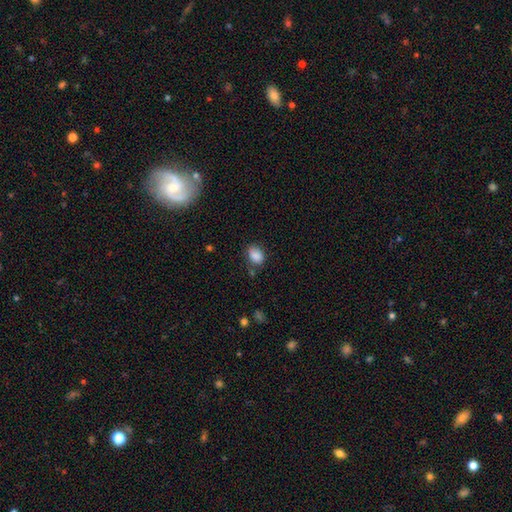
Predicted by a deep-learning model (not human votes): Smooth or featured: smooth — 87% (star or artifact — 9%)
How rounded: in between — 73% (round — 25%)
Merging: none — 69% (minor disturbance — 21%)